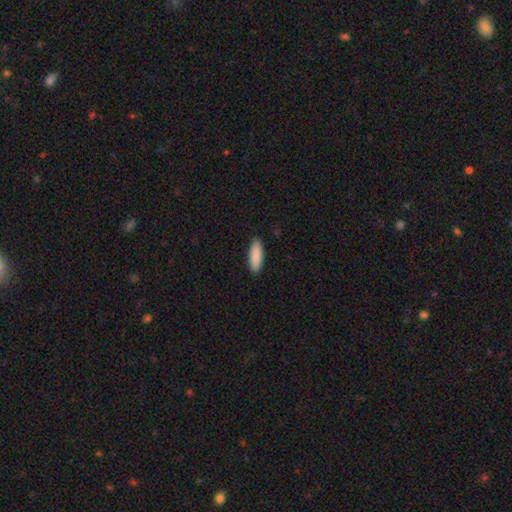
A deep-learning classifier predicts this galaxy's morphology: This is clearly a smooth galaxy (90%). How rounded: possibly in between (57%). Merging: clearly none (91%).